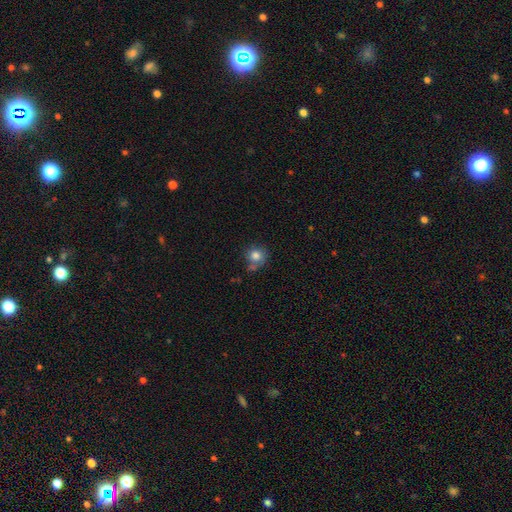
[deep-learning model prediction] A smooth galaxy with no disk features (80%) that is round (83%).

Vote fractions:
- Smooth or featured? smooth: 80% / featured or disk: 10% / star or artifact: 10%
- How rounded? round: 83% / in between: 16% / cigar-shaped: 1%
- Merging? none: 56% / minor disturbance: 22% / merger: 13% / major disturbance: 9%